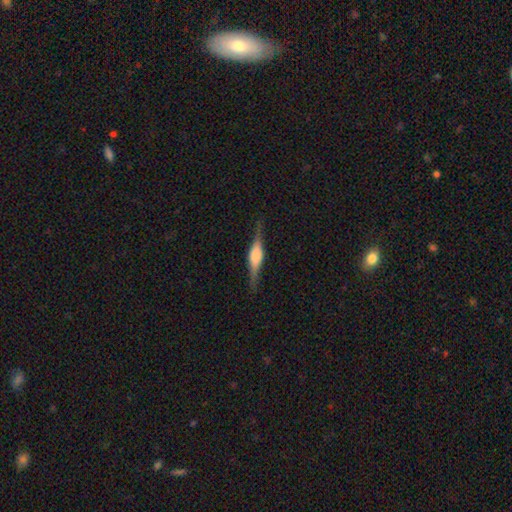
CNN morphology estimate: This is likely a featured or disk galaxy (73%). It is clearly viewed edge-on (97%). Edge-on bulge: likely rounded (69%). Merging: clearly none (86%).